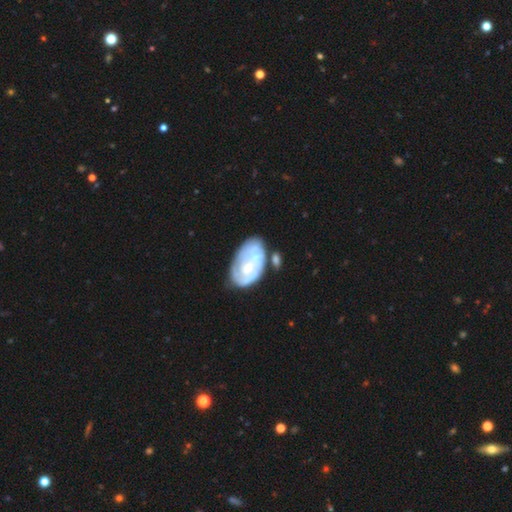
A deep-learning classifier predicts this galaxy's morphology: Smooth or featured? Predicted: featured or disk (p=0.69). Edge-on disk? Predicted: no (p=0.97). Bar? Predicted: no (p=0.78). Spiral arms? Predicted: yes (p=0.62). Bulge size? Predicted: small (p=0.46). Merging? Predicted: none (p=0.44).